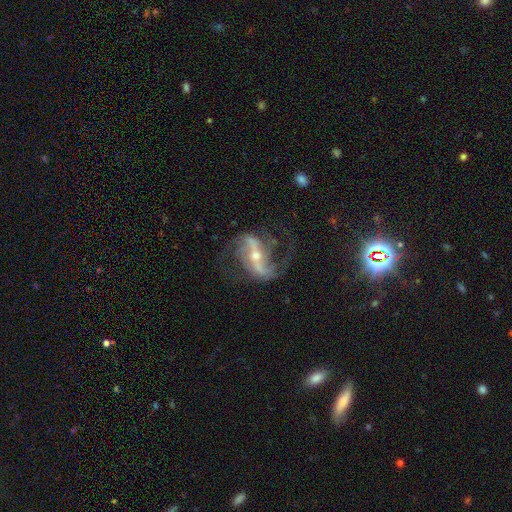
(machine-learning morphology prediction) type=featured or disk (89%); edge-on=no (95%); bar=strong (54%); spiral arms=yes (96%); winding=loose (62%); arm count=2 (87%); bulge=small (49%); merging=none (66%).